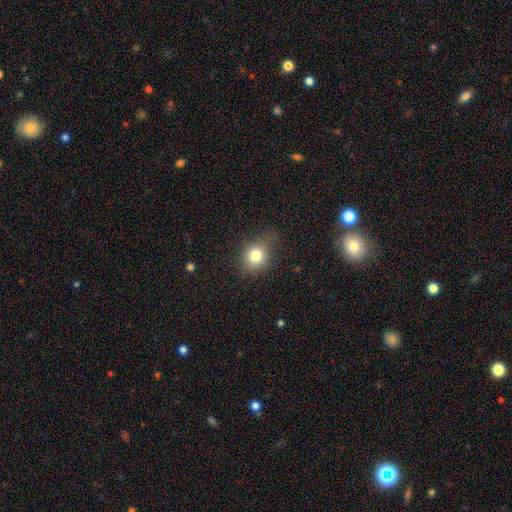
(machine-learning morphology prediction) Smooth or featured?
  - smooth: 79% *
  - star or artifact: 12%
  - featured or disk: 9%
How rounded?
  - round: 62% *
  - in between: 37%
  - cigar-shaped: 1%
Merging?
  - none: 70% *
  - minor disturbance: 22%
  - major disturbance: 7%
  - merger: 1%